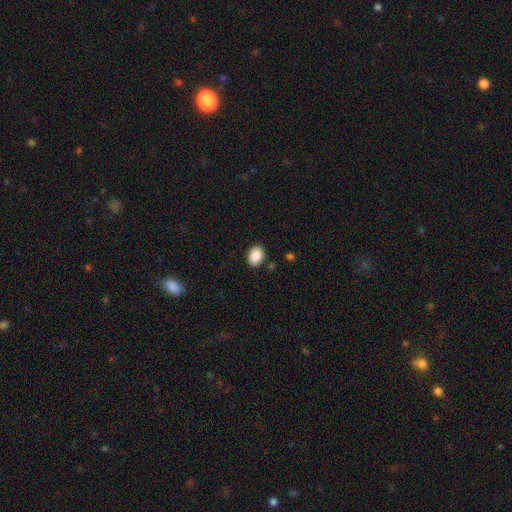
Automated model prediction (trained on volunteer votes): smooth-or-featured: smooth: 90% | star or artifact: 7% | featured or disk: 3%
  how-rounded: in between: 76% | round: 23% | cigar-shaped: 1%
  merging: none: 87% | minor disturbance: 9% | major disturbance: 2% | merger: 2%